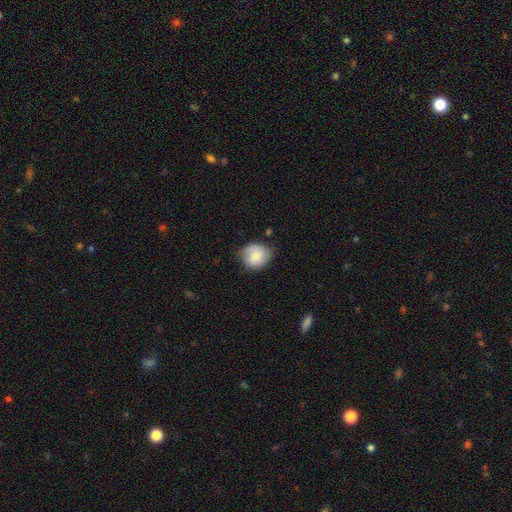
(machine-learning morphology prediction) This appears to be a smooth galaxy with no disk features (61%) that is round (74%). Merging: none (72%).